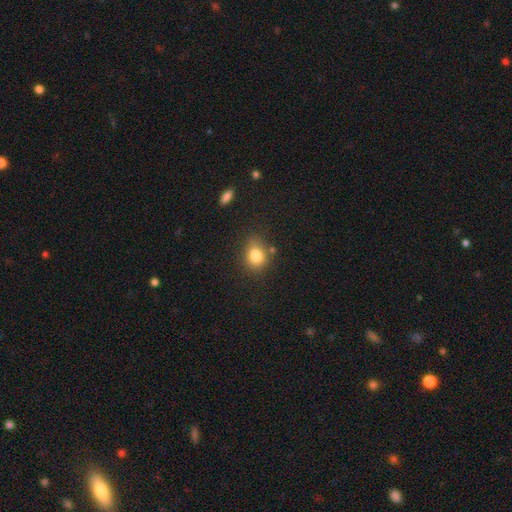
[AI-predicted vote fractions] smooth 82%, star or artifact 11%, featured or disk 7%. Down the decision tree: how rounded — round (49%, tied with in between); merging — none (64%).